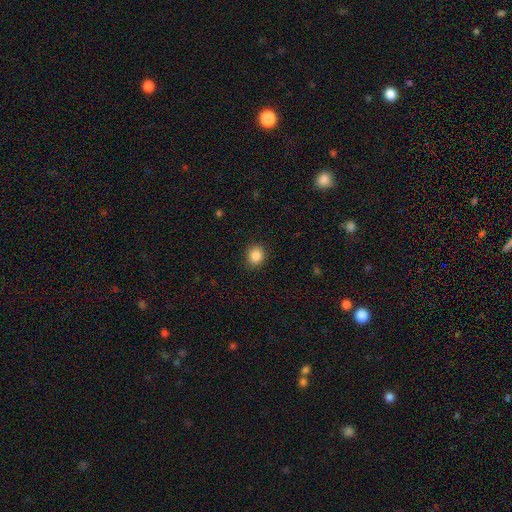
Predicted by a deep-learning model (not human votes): Smooth or featured: smooth — 87% (star or artifact — 9%)
How rounded: round — 70% (in between — 29%)
Merging: none — 90% (minor disturbance — 7%)